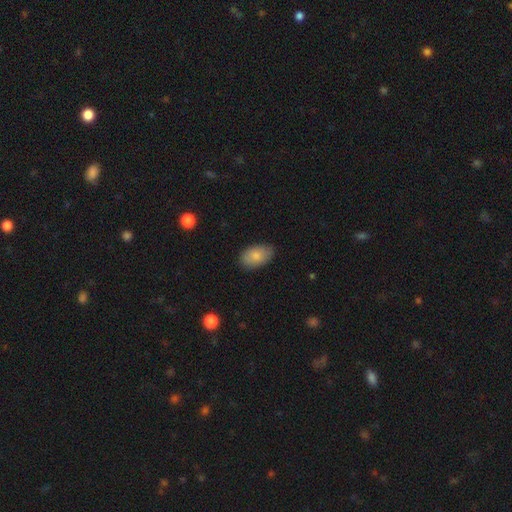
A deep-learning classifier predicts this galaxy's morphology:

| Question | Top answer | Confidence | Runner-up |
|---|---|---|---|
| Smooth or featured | smooth | 83% | featured or disk (10%) |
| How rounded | in between | 92% | round (6%) |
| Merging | none | 82% | minor disturbance (14%) |